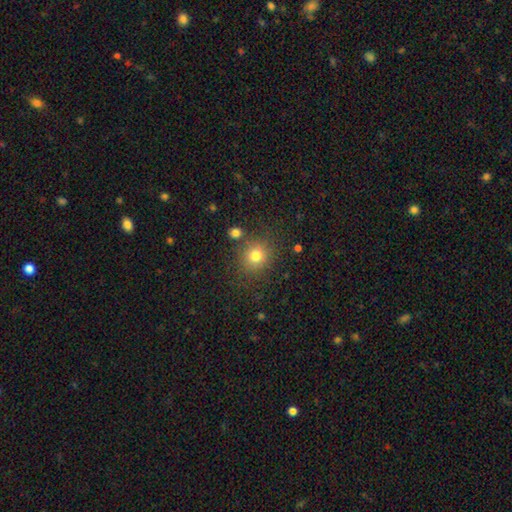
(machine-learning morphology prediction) Smooth or featured? Predicted: smooth (p=0.78). How rounded? Predicted: round (p=0.85). Merging? Predicted: none (p=0.80).